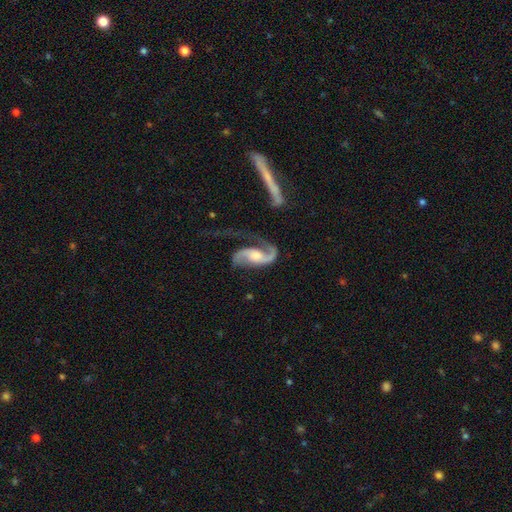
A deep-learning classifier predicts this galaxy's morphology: smooth_or_featured: featured or disk (p=0.89) [alt: smooth p=0.07]
disk_edge_on: no (p=0.97) [alt: yes p=0.03]
bar: no (p=0.50) [alt: weak p=0.36]
has_spiral_arms: yes (p=0.97) [alt: no p=0.03]
spiral_winding: loose (p=0.55) [alt: medium p=0.36]
spiral_arm_count: 2 (p=0.81) [alt: 1 p=0.14]
bulge_size: moderate (p=0.48) [alt: small p=0.25]
merging: none (p=0.42) [alt: major disturbance p=0.35]